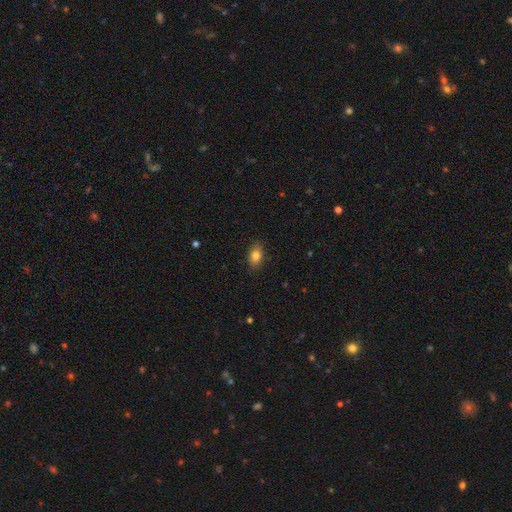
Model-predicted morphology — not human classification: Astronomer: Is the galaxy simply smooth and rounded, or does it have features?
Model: smooth — 81%.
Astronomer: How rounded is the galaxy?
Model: in between — 84%.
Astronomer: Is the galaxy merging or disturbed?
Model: none — 86%.